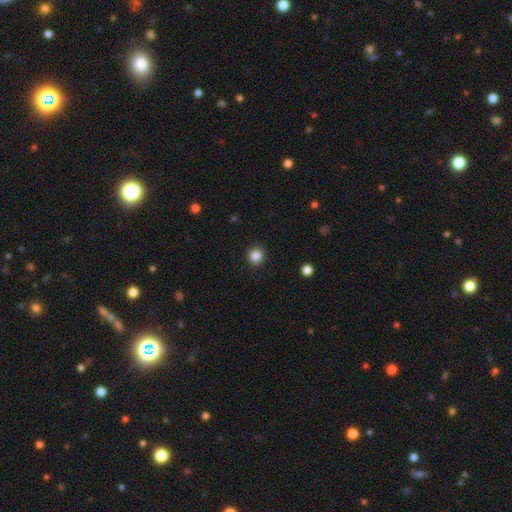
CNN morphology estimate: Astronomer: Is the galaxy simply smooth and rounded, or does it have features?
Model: smooth — 86%.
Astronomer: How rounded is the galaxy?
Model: round — 86%.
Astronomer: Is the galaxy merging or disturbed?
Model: none — 91%.